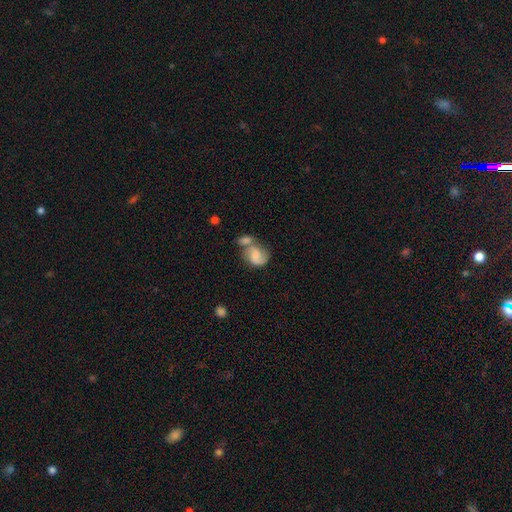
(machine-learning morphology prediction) Overall: featured or disk (50%; smooth 42%). Merging: merger (51%; none 24%).